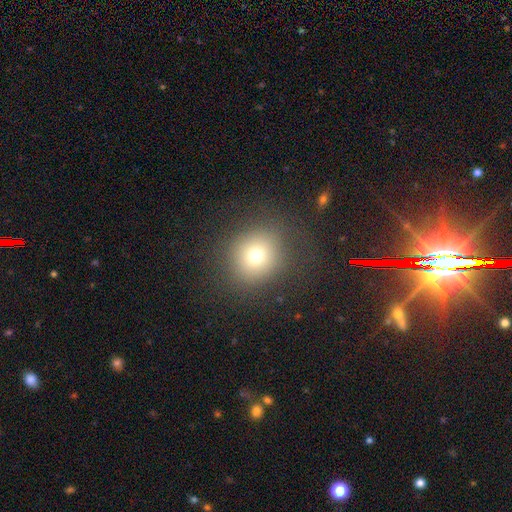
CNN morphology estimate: The model was most divided on "smooth or featured": smooth: 73%, star or artifact: 16%, featured or disk: 11%. More confident: how rounded — round (84%); merging — none (83%).